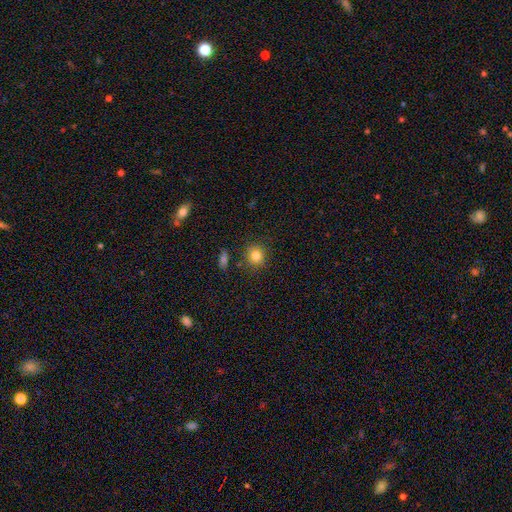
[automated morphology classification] type=smooth (82%); roundness=round (88%); merging=none (86%).